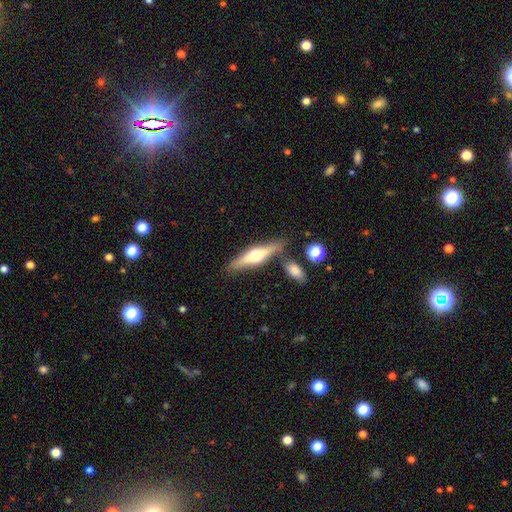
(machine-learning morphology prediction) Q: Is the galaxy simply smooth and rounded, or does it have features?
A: featured or disk — 60%.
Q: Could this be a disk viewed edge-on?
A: yes — 95%.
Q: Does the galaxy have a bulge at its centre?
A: rounded — 92%.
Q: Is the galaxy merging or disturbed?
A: none — 76%.